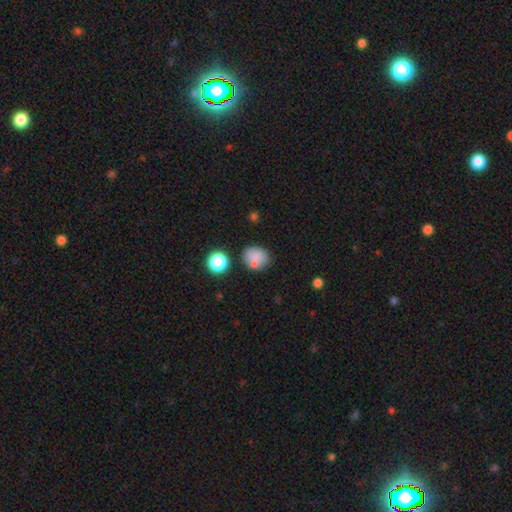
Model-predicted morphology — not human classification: smooth-or-featured: smooth: 79% | star or artifact: 11% | featured or disk: 10%
  how-rounded: round: 65% | in between: 34% | cigar-shaped: 1%
  merging: none: 63% | minor disturbance: 16% | merger: 15% | major disturbance: 5%